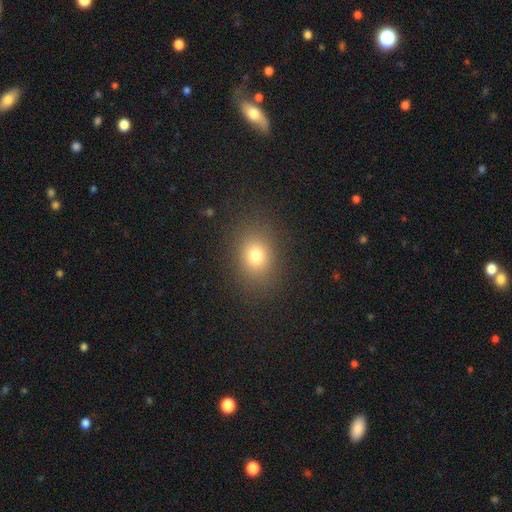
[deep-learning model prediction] Smooth or featured?
  - smooth: 76% *
  - star or artifact: 14%
  - featured or disk: 10%
How rounded?
  - in between: 57% *
  - round: 42%
  - cigar-shaped: 1%
Merging?
  - none: 86% *
  - minor disturbance: 9%
  - major disturbance: 4%
  - merger: 1%